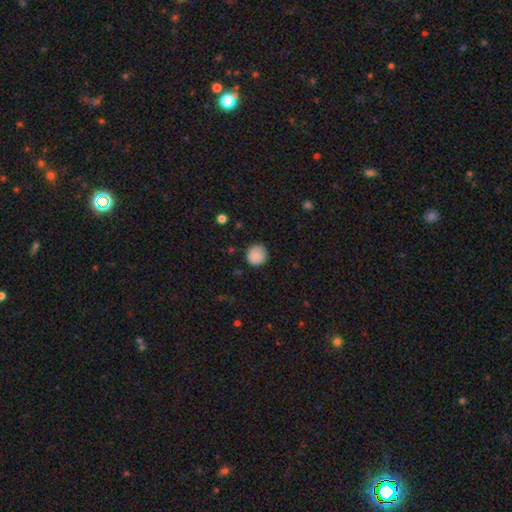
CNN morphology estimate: Smooth or featured? smooth (86%)
How rounded? round (93%)
Merging? none (86%)